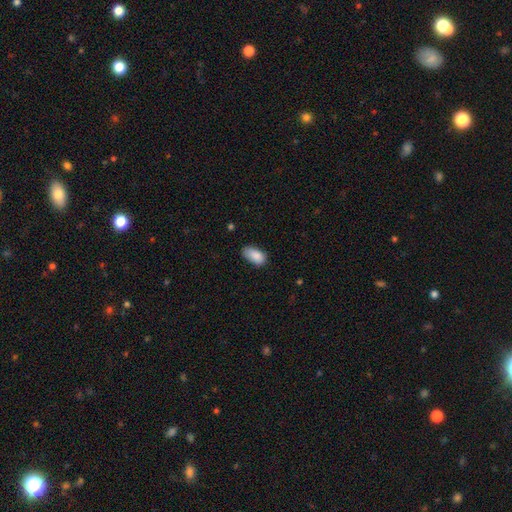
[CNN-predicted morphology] The model was most divided on "merging": none: 66%, minor disturbance: 27%, major disturbance: 5%, merger: 2%. More confident: how rounded — in between (94%); smooth or featured — smooth (87%).